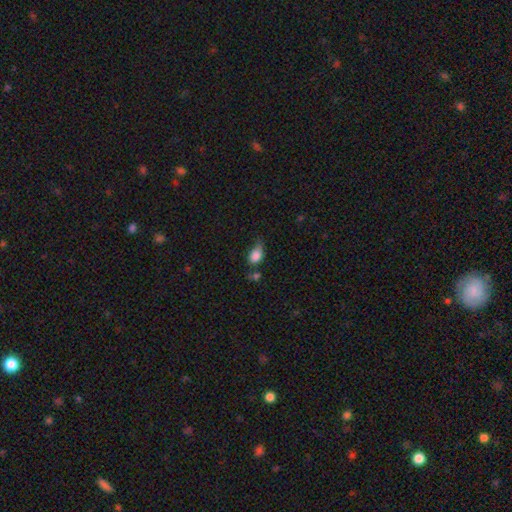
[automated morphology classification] Smooth or featured: smooth — 82% (star or artifact — 9%)
How rounded: in between — 71% (round — 26%)
Merging: minor disturbance — 36% (none — 30%)